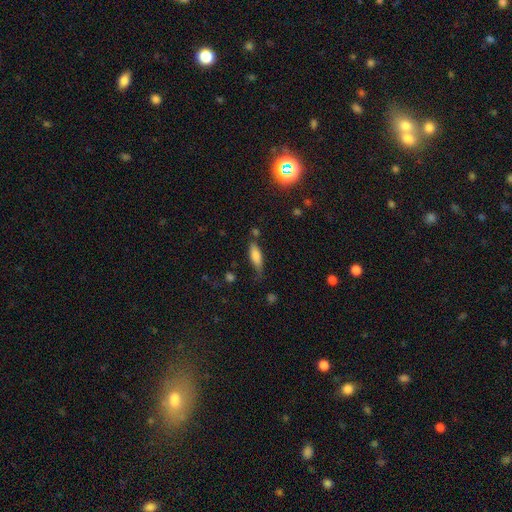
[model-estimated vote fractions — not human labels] Smooth or featured?
  - smooth: 77% *
  - featured or disk: 15%
  - star or artifact: 8%
How rounded?
  - in between: 57% *
  - cigar-shaped: 41%
  - round: 2%
Merging?
  - none: 61% *
  - minor disturbance: 27%
  - major disturbance: 7%
  - merger: 5%